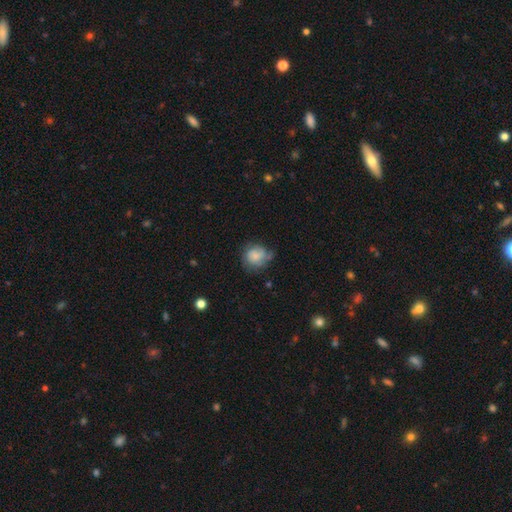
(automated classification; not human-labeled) A smooth galaxy with no disk features (68%) that is round (75%).

Vote fractions:
- Smooth or featured? smooth: 68% / featured or disk: 23% / star or artifact: 9%
- How rounded? round: 75% / in between: 24% / cigar-shaped: 1%
- Merging? none: 51% / minor disturbance: 32% / major disturbance: 15% / merger: 3%